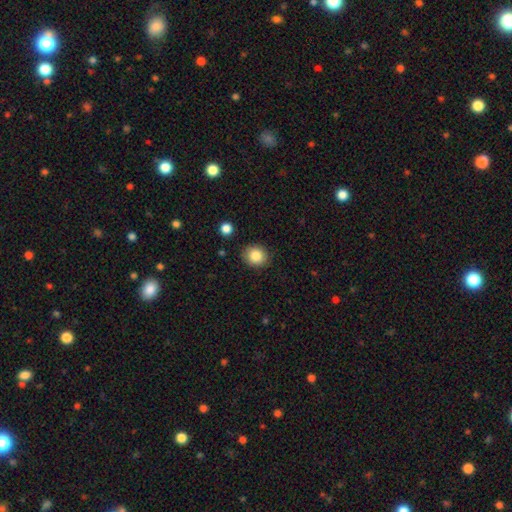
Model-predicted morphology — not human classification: type=smooth (85%); roundness=round (78%); merging=none (88%).